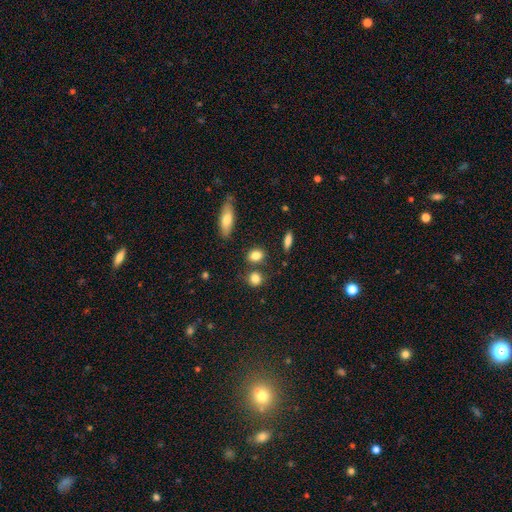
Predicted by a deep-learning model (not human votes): Smooth or featured?
  - smooth: 83% *
  - star or artifact: 10%
  - featured or disk: 7%
How rounded?
  - round: 59% *
  - in between: 38%
  - cigar-shaped: 3%
Merging?
  - none: 74% *
  - merger: 12%
  - minor disturbance: 11%
  - major disturbance: 3%